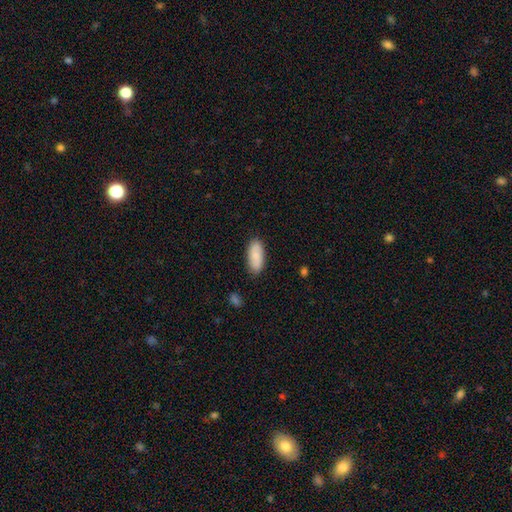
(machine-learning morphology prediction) Overall: smooth (84%). How rounded: in between (86%). Merging: none (84%).